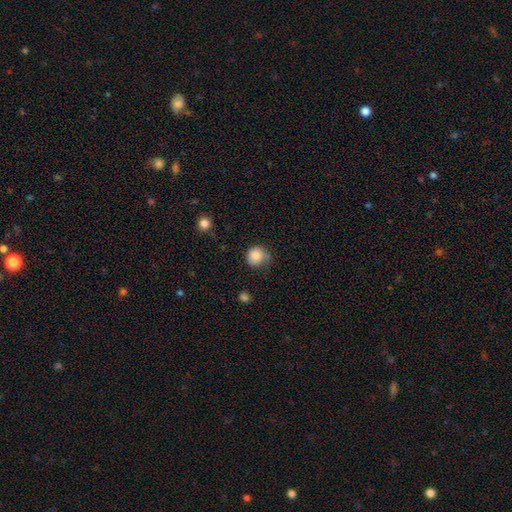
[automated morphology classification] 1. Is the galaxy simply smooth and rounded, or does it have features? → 84% smooth, 9% featured or disk, 8% star or artifact.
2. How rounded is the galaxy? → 88% round, 11% in between, 1% cigar-shaped.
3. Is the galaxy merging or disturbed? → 57% none, 31% minor disturbance, 10% major disturbance, 2% merger.